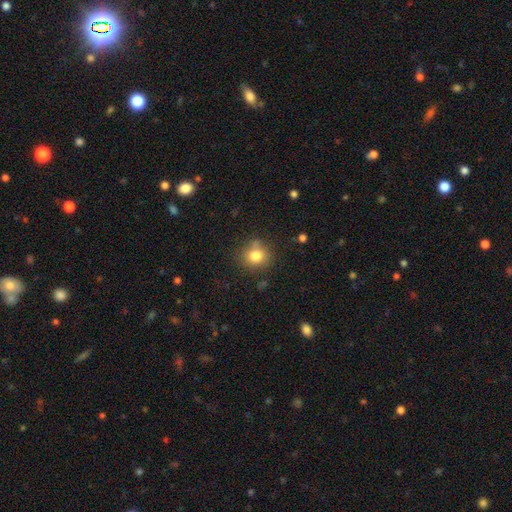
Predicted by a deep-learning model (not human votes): Smooth or featured? Predicted: smooth (p=0.80). How rounded? Predicted: round (p=0.83). Merging? Predicted: none (p=0.75).